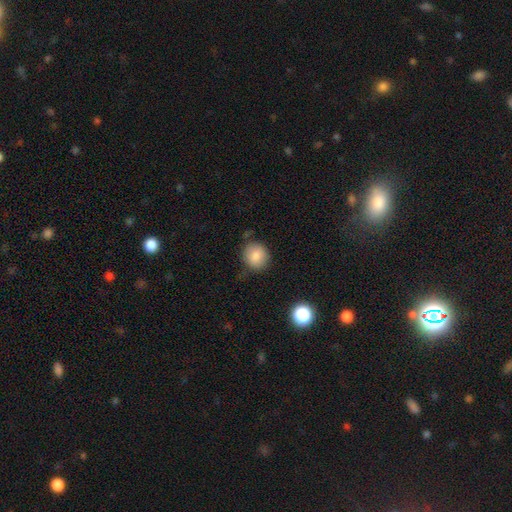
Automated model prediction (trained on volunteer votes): Overall: smooth (85%). How rounded: round (81%). Merging: none (77%).